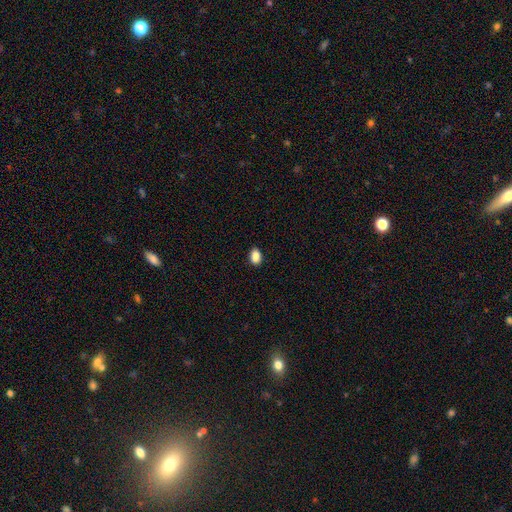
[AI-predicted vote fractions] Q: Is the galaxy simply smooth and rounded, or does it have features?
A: smooth — 88%.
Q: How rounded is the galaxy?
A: in between — 86%.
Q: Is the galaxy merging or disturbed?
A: none — 88%.